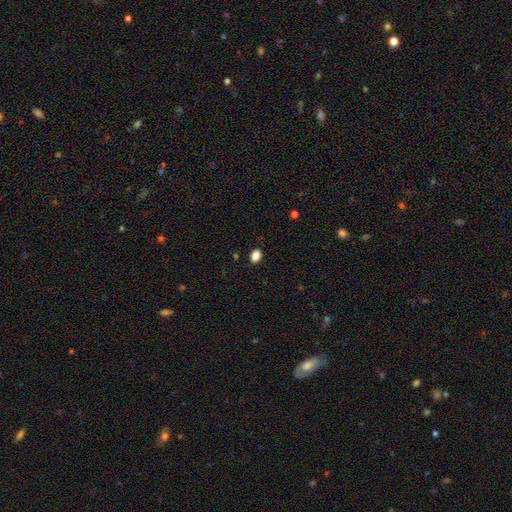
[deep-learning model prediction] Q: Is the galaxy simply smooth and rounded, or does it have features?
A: smooth — 86%.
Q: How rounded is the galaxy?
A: in between — 79%.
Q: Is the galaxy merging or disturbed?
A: none — 89%.